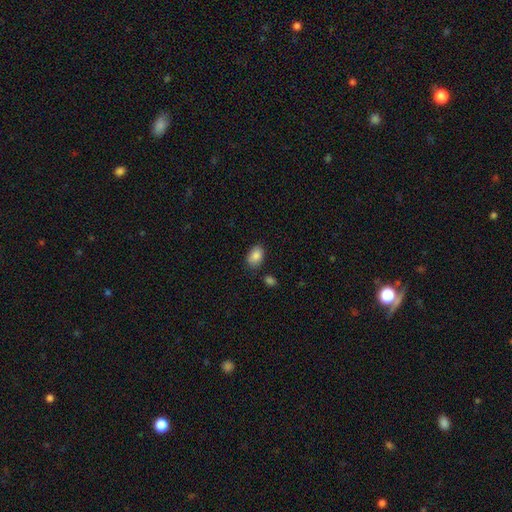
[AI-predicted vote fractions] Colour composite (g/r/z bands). It shows a smooth galaxy with no disk features (88%) that is in between round and cigar-shaped (86%). Merging: none (82%).